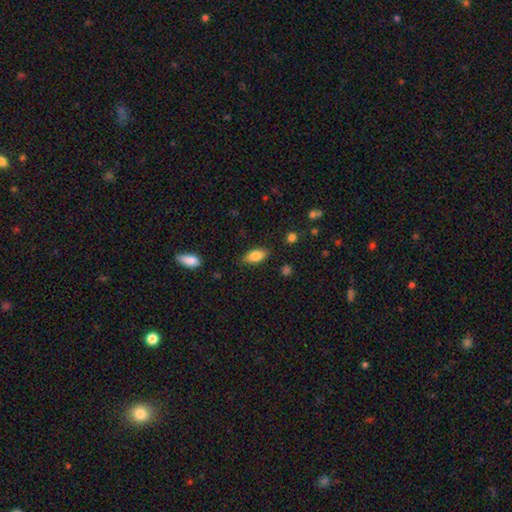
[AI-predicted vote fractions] Smooth or featured? Predicted: smooth (p=0.80). How rounded? Predicted: in between (p=0.87). Merging? Predicted: none (p=0.82).